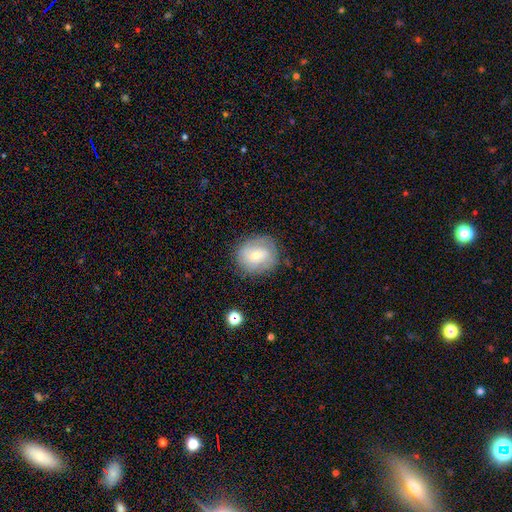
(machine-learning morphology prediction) A smooth galaxy with no disk features (54%) that is round (83%). Merging: none (79%).